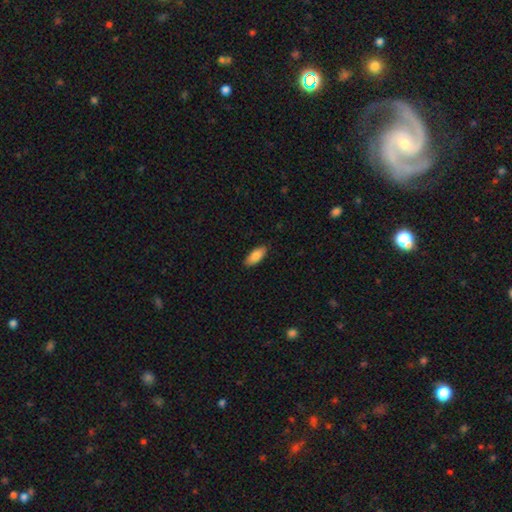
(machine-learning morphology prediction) Smooth or featured: smooth — 86% (featured or disk — 8%)
How rounded: in between — 82% (cigar-shaped — 17%)
Merging: none — 88% (minor disturbance — 9%)